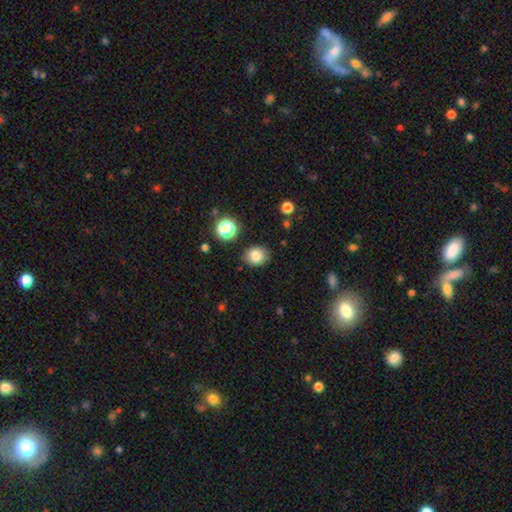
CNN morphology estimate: smooth 81%, star or artifact 12%, featured or disk 7%. Down the decision tree: how rounded — round (67%); merging — none (87%).